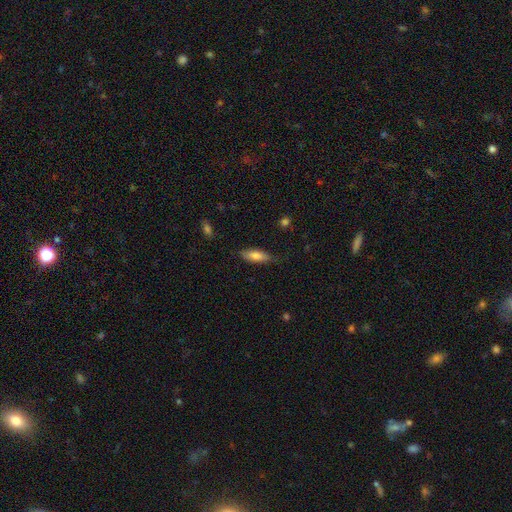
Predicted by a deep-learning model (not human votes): Morphology: type=smooth (78%); roundness=in between (64%); merging=none (73%).